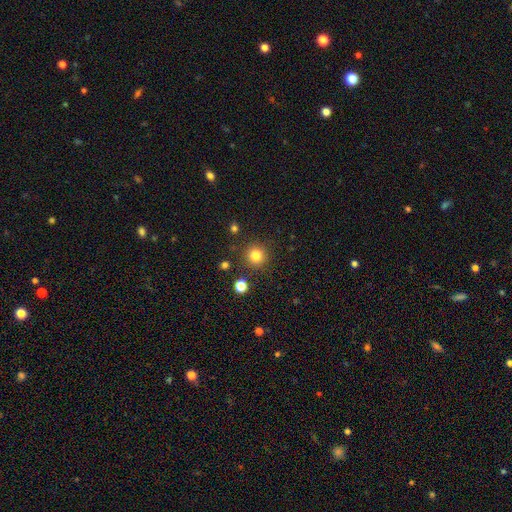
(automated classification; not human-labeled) Smooth or featured: smooth — 81% (star or artifact — 13%)
How rounded: round — 95% (in between — 4%)
Merging: none — 88% (minor disturbance — 7%)